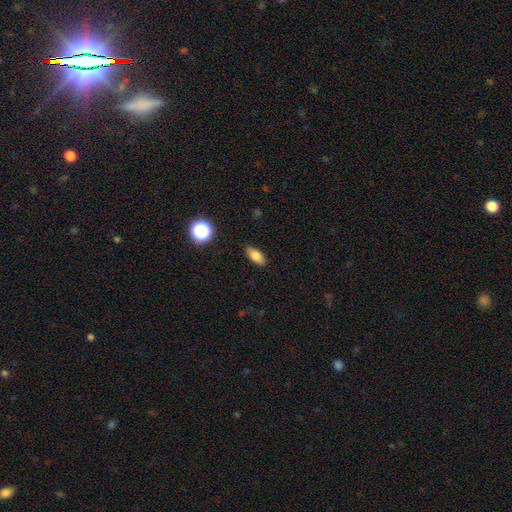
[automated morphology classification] smooth_or_featured: smooth (p=0.82) [alt: star or artifact p=0.10]
how_rounded: in between (p=0.84) [alt: cigar-shaped p=0.11]
merging: none (p=0.87) [alt: minor disturbance p=0.10]